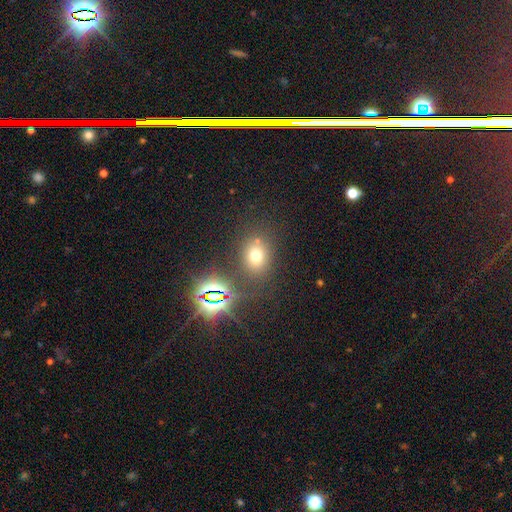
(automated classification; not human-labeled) Smooth or featured?
  - smooth: 64% *
  - star or artifact: 26%
  - featured or disk: 10%
How rounded?
  - round: 56% *
  - in between: 43%
  - cigar-shaped: 1%
Merging?
  - none: 75% *
  - minor disturbance: 11%
  - merger: 8%
  - major disturbance: 6%